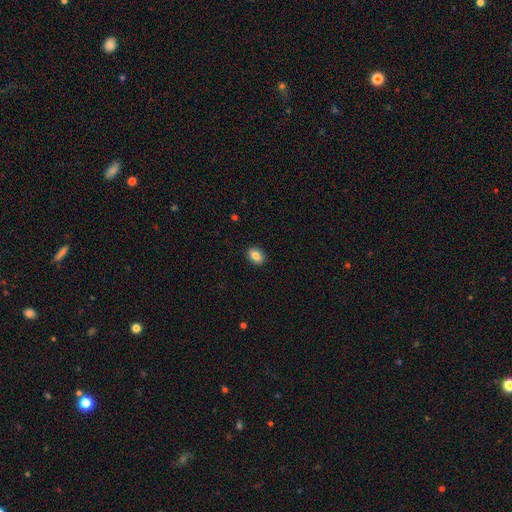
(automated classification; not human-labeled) This appears to be a smooth galaxy with no disk features (85%) that is in between round and cigar-shaped (70%). Merging: none (90%).